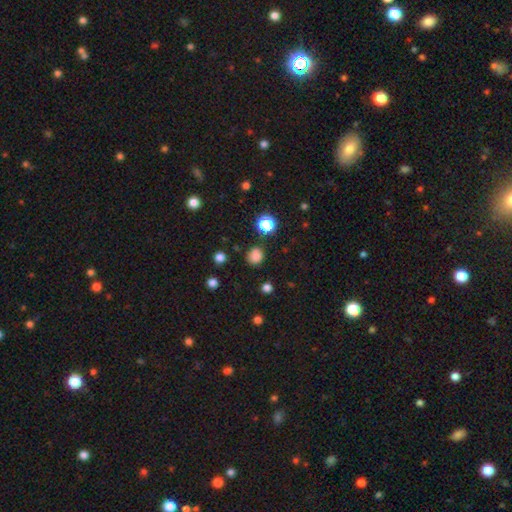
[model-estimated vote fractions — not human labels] This is likely a smooth galaxy (77%). How rounded: clearly round (81%). Merging: likely none (80%).